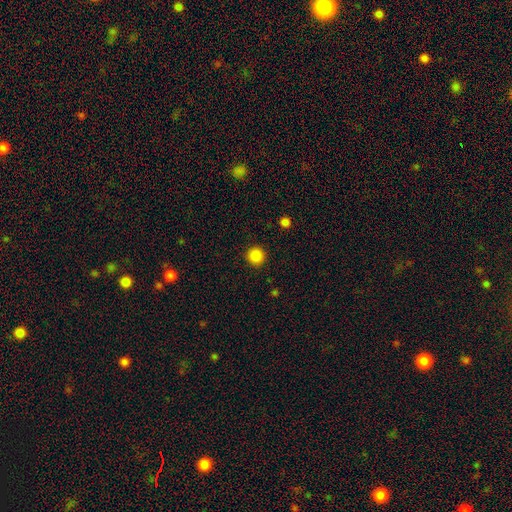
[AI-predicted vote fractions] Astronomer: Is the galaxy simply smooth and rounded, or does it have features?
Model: smooth — 87%.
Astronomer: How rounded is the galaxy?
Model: round — 95%.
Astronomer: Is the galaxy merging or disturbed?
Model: none — 92%.